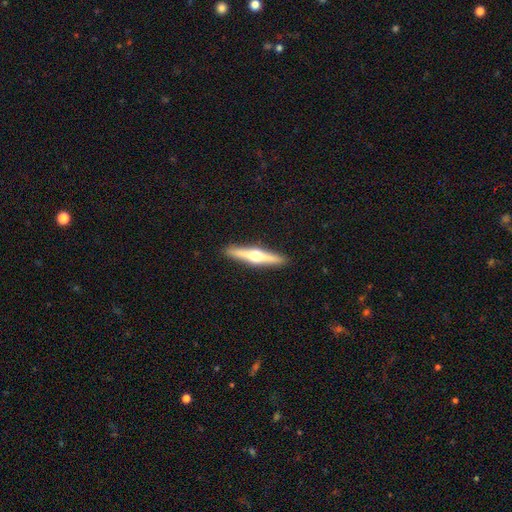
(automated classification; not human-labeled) This is likely a featured or disk galaxy (65%). It is clearly viewed edge-on (97%). Edge-on bulge: clearly rounded (94%). Merging: clearly none (92%).